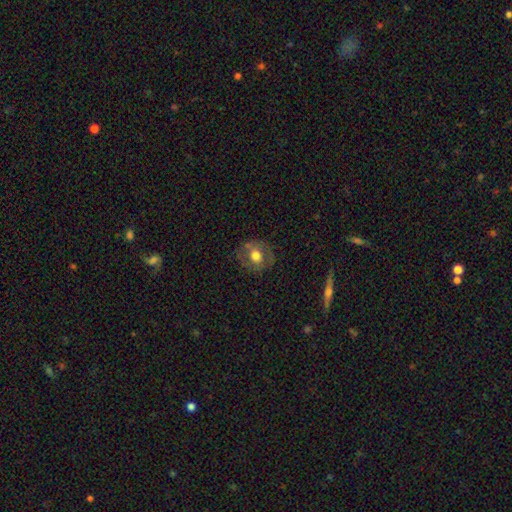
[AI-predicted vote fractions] Smooth or featured? smooth (53%)
How rounded? round (77%)
Merging? none (77%)